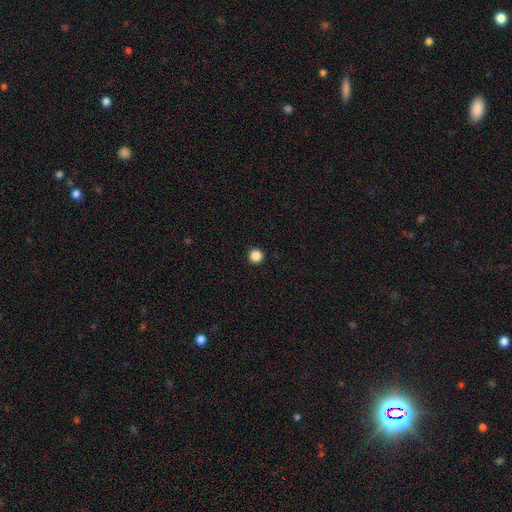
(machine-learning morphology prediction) Smooth or featured?
  - smooth: 87% *
  - star or artifact: 11%
  - featured or disk: 2%
How rounded?
  - round: 96% *
  - in between: 3%
  - cigar-shaped: 1%
Merging?
  - none: 94% *
  - minor disturbance: 4%
  - major disturbance: 1%
  - merger: 1%